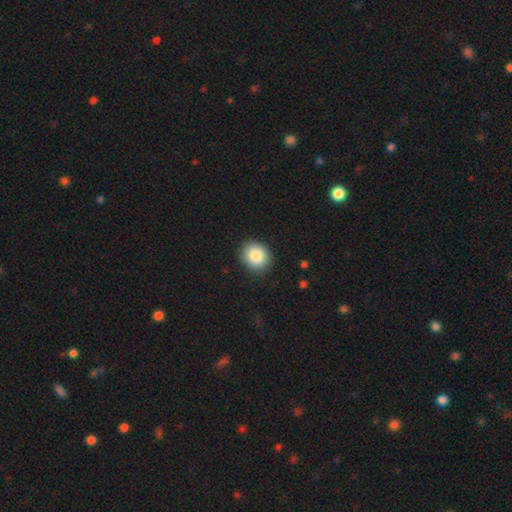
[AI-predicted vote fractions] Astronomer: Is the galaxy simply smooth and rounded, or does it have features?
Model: smooth — 86%.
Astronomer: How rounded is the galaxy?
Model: round — 82%.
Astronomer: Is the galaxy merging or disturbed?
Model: none — 90%.